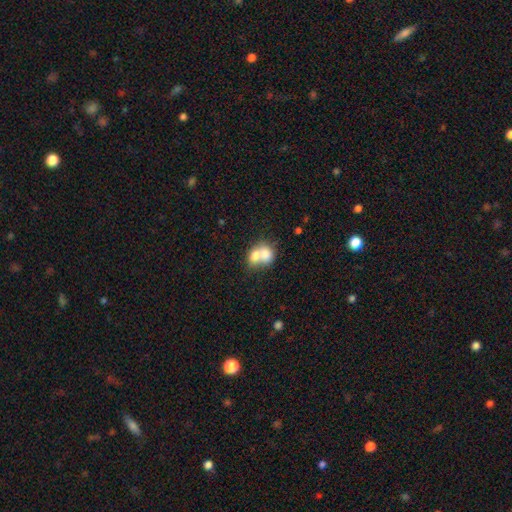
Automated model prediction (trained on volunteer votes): A smooth galaxy with no disk features (72%) that is round (56%). Merging: merger (72%).